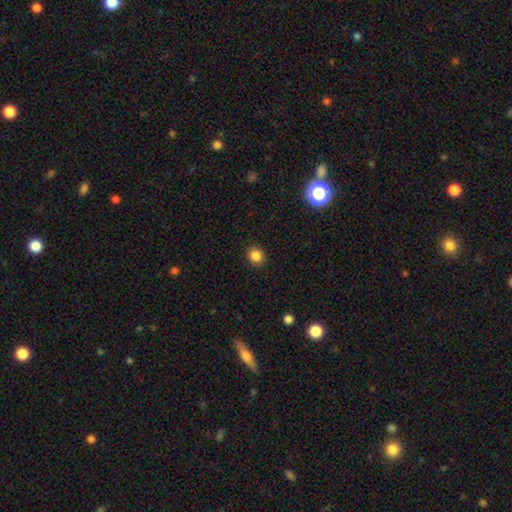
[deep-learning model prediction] This appears to be a smooth galaxy with no disk features (84%) that is round (81%). Merging: none (91%).